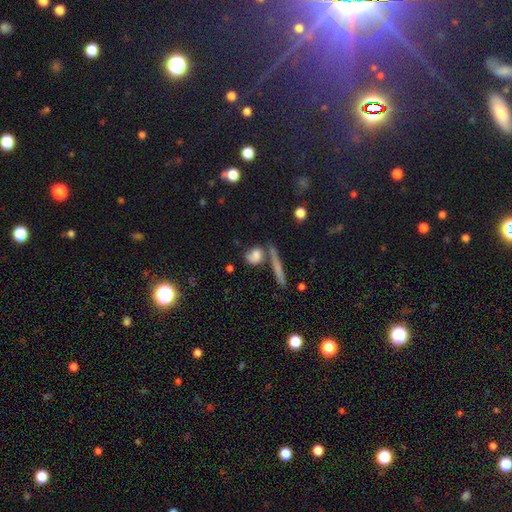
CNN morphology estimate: A smooth galaxy with no disk features (70%) that is in between round and cigar-shaped (41%). Merging: none (51%).